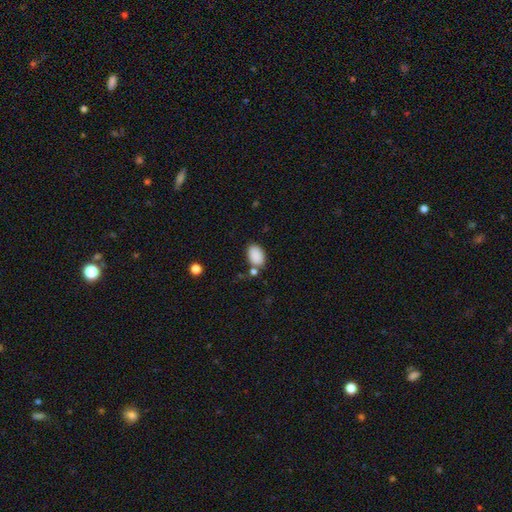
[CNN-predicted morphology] Smooth or featured? Predicted: smooth (p=0.88). How rounded? Predicted: in between (p=0.91). Merging? Predicted: none (p=0.71).